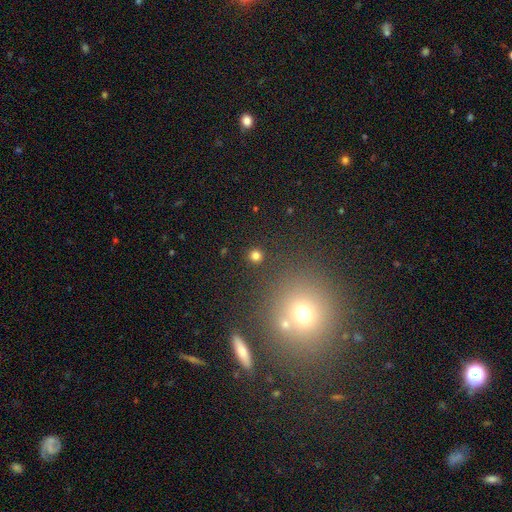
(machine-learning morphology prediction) Overall: smooth (79%). How rounded: round (93%). Merging: none (90%).